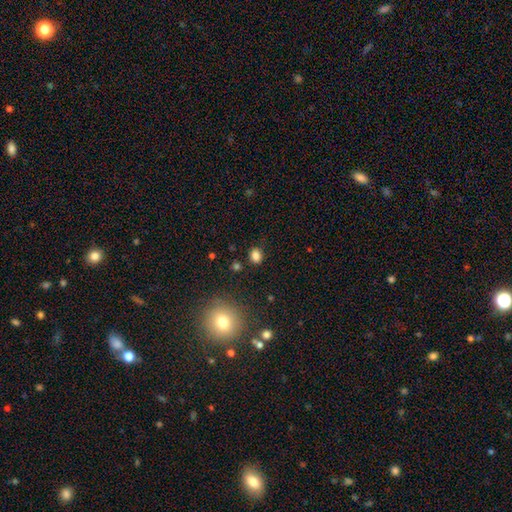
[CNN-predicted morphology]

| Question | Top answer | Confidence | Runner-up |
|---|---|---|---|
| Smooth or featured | smooth | 82% | star or artifact (14%) |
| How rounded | round | 54% | in between (45%) |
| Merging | none | 84% | minor disturbance (10%) |